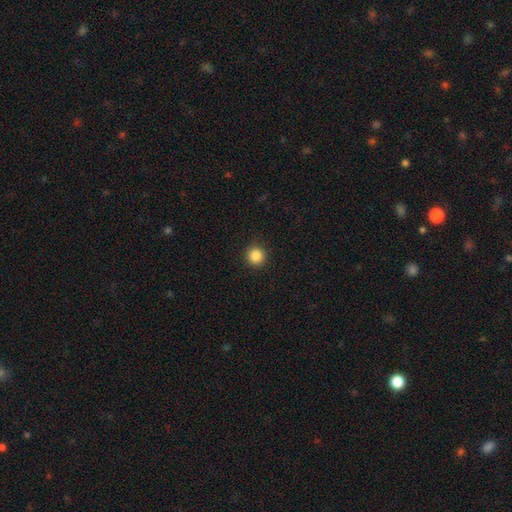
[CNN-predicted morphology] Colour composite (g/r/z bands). It shows a smooth galaxy with no disk features (87%) that is round (94%). Merging: none (92%).